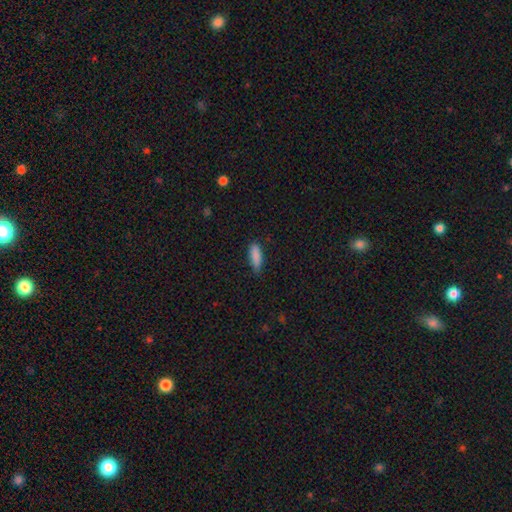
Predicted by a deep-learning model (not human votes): This is clearly a smooth galaxy (87%). How rounded: possibly in between (56%). Merging: likely none (76%).